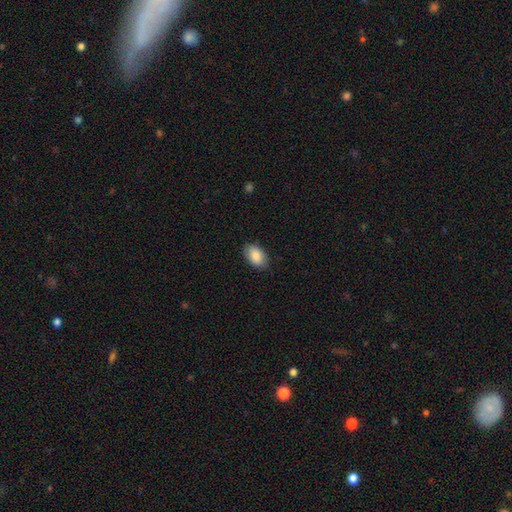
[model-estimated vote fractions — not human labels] A smooth galaxy with no disk features (85%) that is in between round and cigar-shaped (90%).

Vote fractions:
- Smooth or featured? smooth: 85% / featured or disk: 9% / star or artifact: 6%
- How rounded? in between: 90% / round: 9% / cigar-shaped: 1%
- Merging? none: 84% / minor disturbance: 13% / major disturbance: 2% / merger: 1%